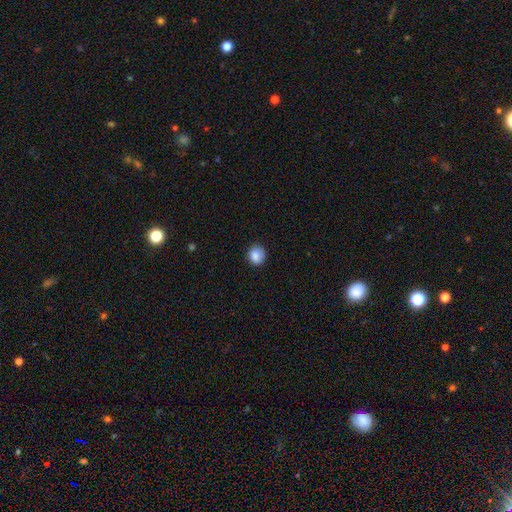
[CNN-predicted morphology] Smooth or featured: smooth — 86% (star or artifact — 9%)
How rounded: round — 81% (in between — 18%)
Merging: none — 80% (minor disturbance — 16%)